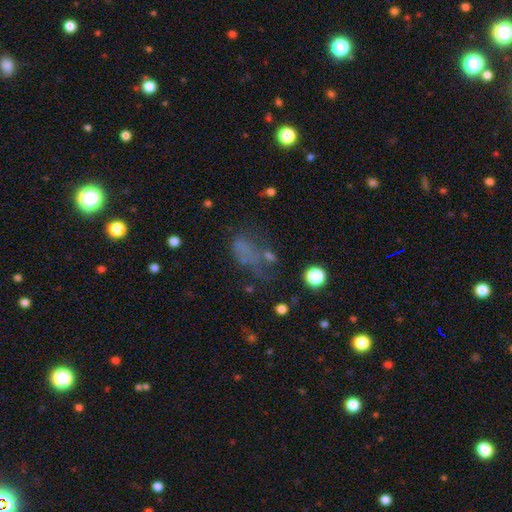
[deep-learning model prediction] smooth_or_featured: smooth (p=0.43) [alt: star or artifact p=0.31]
merging: none (p=0.35) [tied with: major disturbance p=0.35]